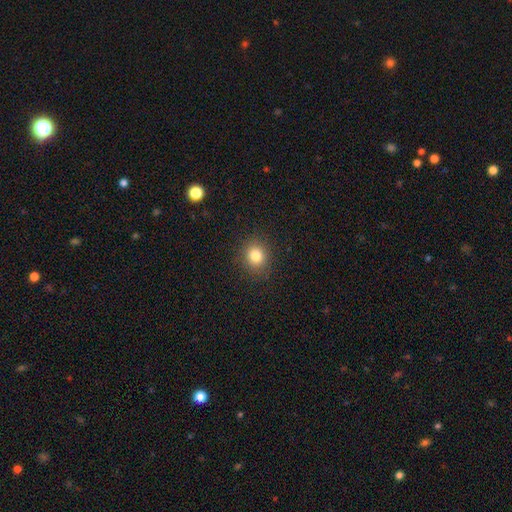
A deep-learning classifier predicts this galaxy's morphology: Smooth or featured?
  - smooth: 82% *
  - star or artifact: 12%
  - featured or disk: 6%
How rounded?
  - round: 79% *
  - in between: 20%
  - cigar-shaped: 1%
Merging?
  - none: 89% *
  - minor disturbance: 7%
  - major disturbance: 3%
  - merger: 1%